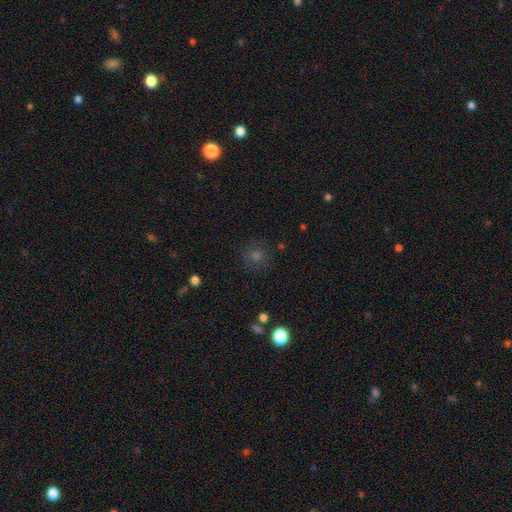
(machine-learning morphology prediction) A smooth galaxy with no disk features (58%) that is round (92%).

Vote fractions:
- Smooth or featured? smooth: 58% / star or artifact: 31% / featured or disk: 10%
- How rounded? round: 92% / in between: 7% / cigar-shaped: 1%
- Merging? none: 87% / minor disturbance: 8% / major disturbance: 3% / merger: 2%